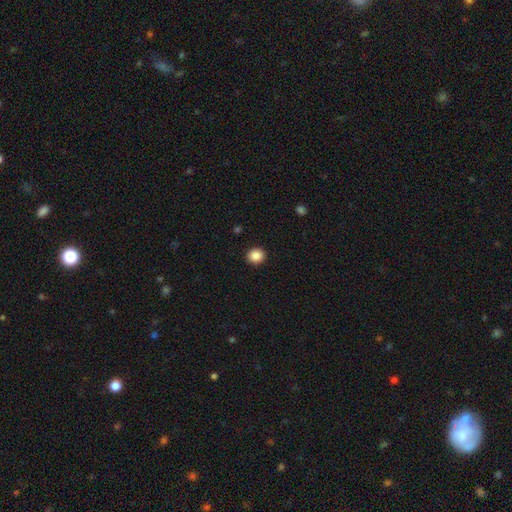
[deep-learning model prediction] The model was most divided on "how rounded": round: 82%, in between: 17%, cigar-shaped: 1%. More confident: merging — none (93%); smooth or featured — smooth (87%).